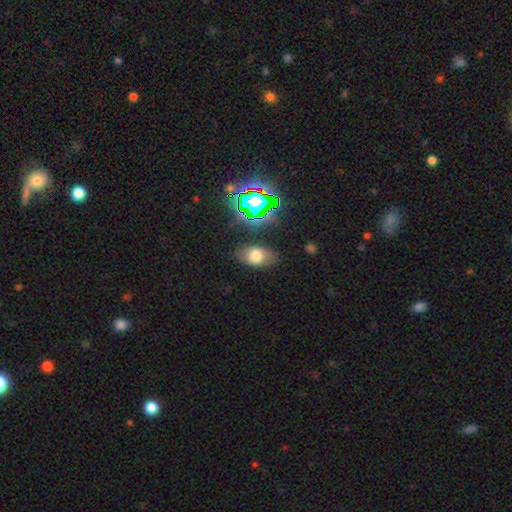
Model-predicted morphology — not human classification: Q: Smooth or featured?
A: smooth (67%); runner-up: star or artifact (18%)
Q: How rounded?
A: in between (87%); runner-up: round (11%)
Q: Merging?
A: none (78%); runner-up: minor disturbance (15%)